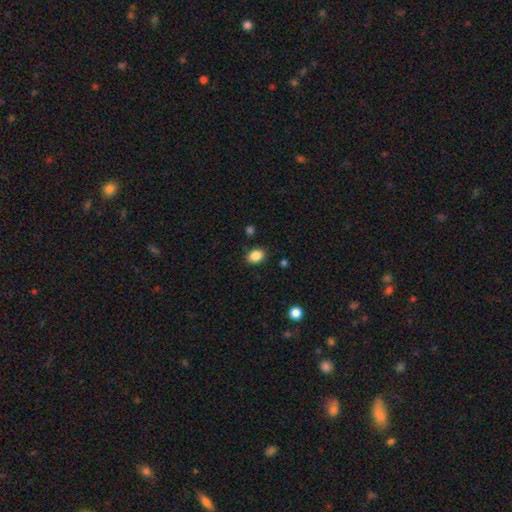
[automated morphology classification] type=smooth (87%); roundness=in between (63%); merging=none (86%).